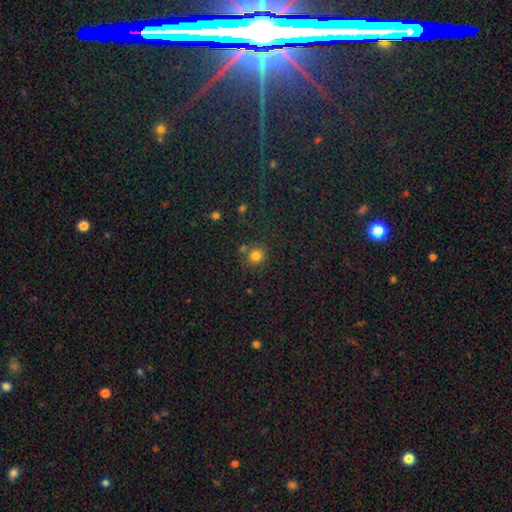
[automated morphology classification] The model was most divided on "merging": none: 72%, merger: 15%, minor disturbance: 10%, major disturbance: 4%. More confident: how rounded — round (89%); smooth or featured — smooth (80%).